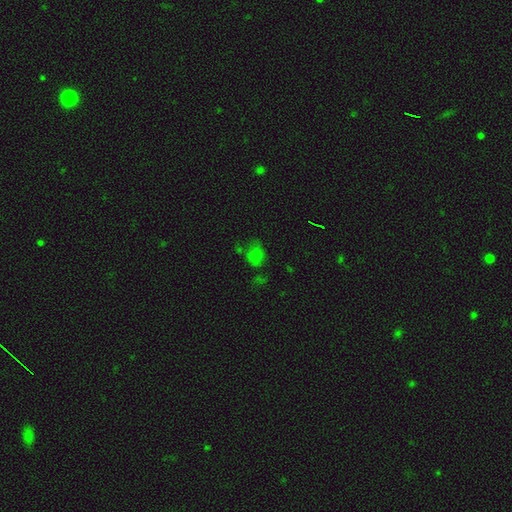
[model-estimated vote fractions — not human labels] Smooth or featured?
  - smooth: 60% *
  - star or artifact: 30%
  - featured or disk: 10%
How rounded?
  - in between: 58% *
  - round: 40%
  - cigar-shaped: 2%
Merging?
  - none: 48% *
  - minor disturbance: 24%
  - major disturbance: 15%
  - merger: 12%